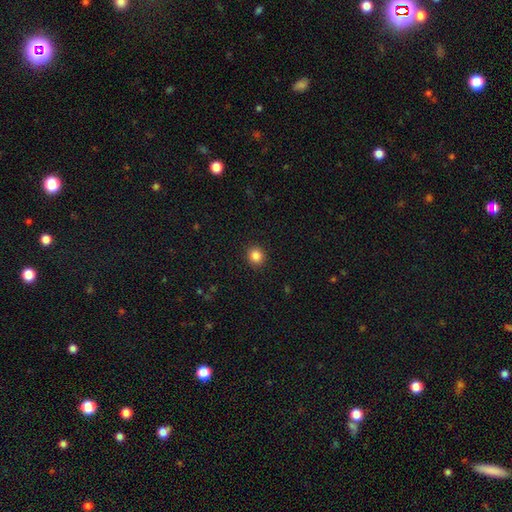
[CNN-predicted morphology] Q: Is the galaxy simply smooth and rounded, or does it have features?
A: smooth — 85%.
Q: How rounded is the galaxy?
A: round — 86%.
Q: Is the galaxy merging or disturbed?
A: none — 91%.